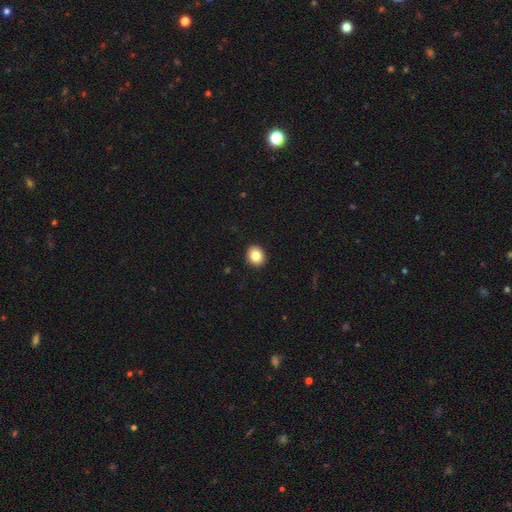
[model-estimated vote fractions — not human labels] Smooth or featured? Predicted: smooth (p=0.84). How rounded? Predicted: round (p=0.67). Merging? Predicted: none (p=0.92).